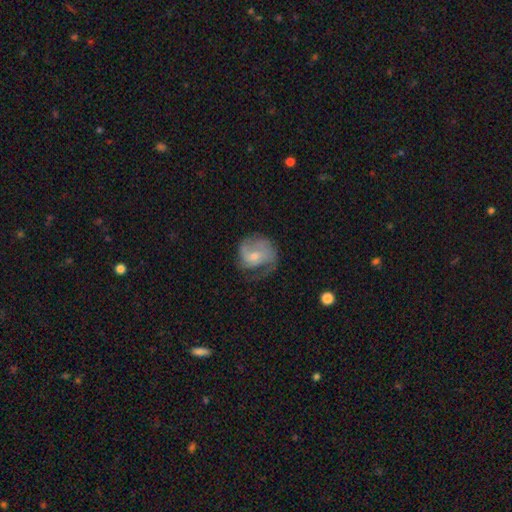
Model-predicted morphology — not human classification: A featured or disk galaxy (69%) with no bar (56%), 2 (44%) medium (43%) spiral arms (87%) and a small central bulge (55%).

Vote fractions:
- Smooth or featured? featured or disk: 69% / smooth: 24% / star or artifact: 7%
- Edge-on disk? no: 98% / yes: 2%
- Bar? no: 56% / weak: 37% / strong: 7%
- Spiral arms? yes: 87% / no: 13%
- Spiral winding? medium: 43% / tight: 33% / loose: 24%
- Spiral arm count? 2: 44% / can't tell: 21% / 1: 18% / 3: 11% / 4: 3% / more than 4: 2%
- Bulge size? small: 55% / moderate: 39% / none: 3% / large: 2% / dominant: 1%
- Merging? none: 51% / minor disturbance: 25% / major disturbance: 23% / merger: 2%